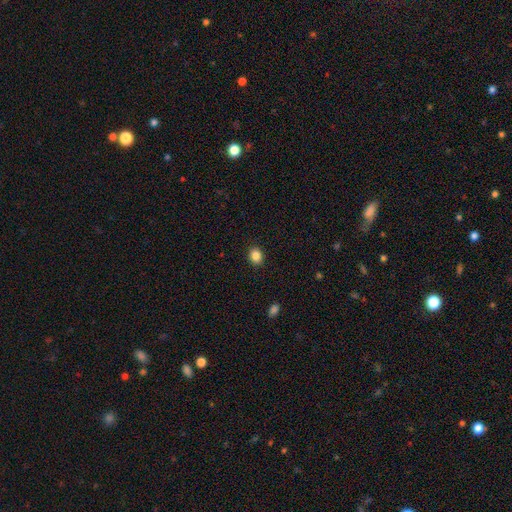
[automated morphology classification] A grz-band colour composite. It shows a smooth galaxy with no disk features (86%) that is round (65%). Merging: none (91%).